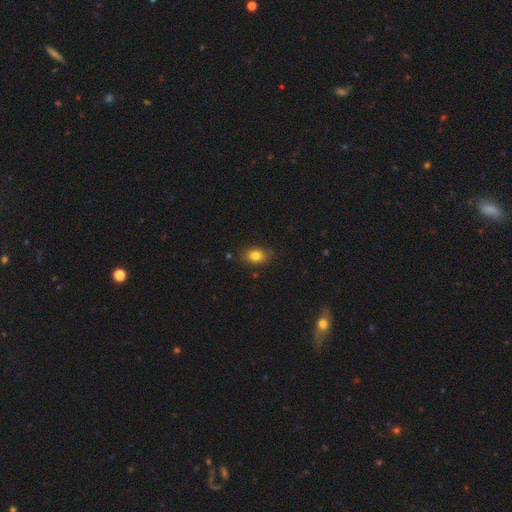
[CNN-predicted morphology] Smooth or featured? smooth (82%)
How rounded? in between (70%)
Merging? none (82%)